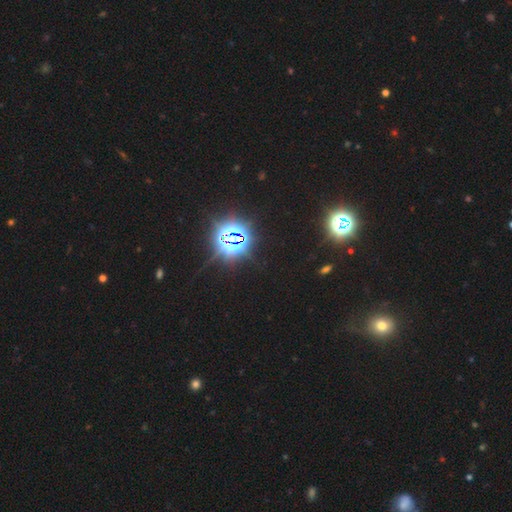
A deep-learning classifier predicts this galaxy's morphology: This appears to be a star or artifact, not a galaxy (80%).